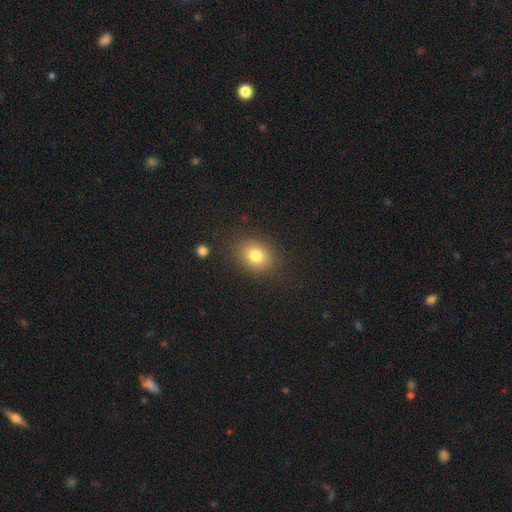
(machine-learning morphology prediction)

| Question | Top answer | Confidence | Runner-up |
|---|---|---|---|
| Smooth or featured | smooth | 81% | star or artifact (11%) |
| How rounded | in between | 51% | round (48%) |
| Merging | none | 86% | minor disturbance (9%) |